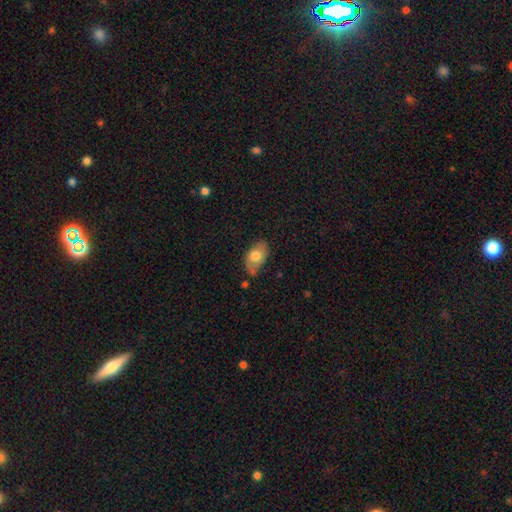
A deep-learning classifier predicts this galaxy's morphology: Q: Smooth or featured?
A: smooth (74%); runner-up: featured or disk (19%)
Q: How rounded?
A: in between (91%); runner-up: round (7%)
Q: Merging?
A: none (59%); runner-up: minor disturbance (30%)